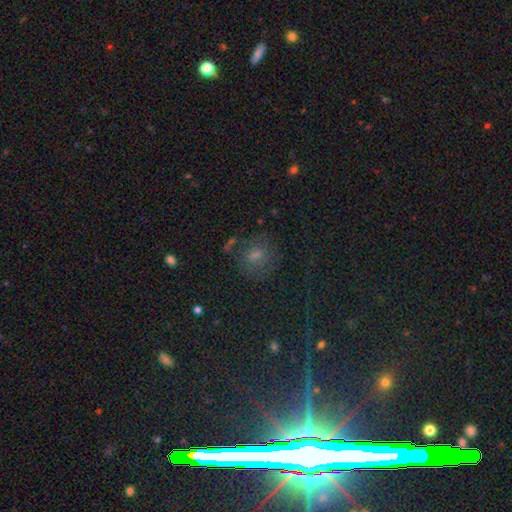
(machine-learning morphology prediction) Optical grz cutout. It shows a smooth galaxy with no disk features (51%) that is round (64%). Merging: none (69%).